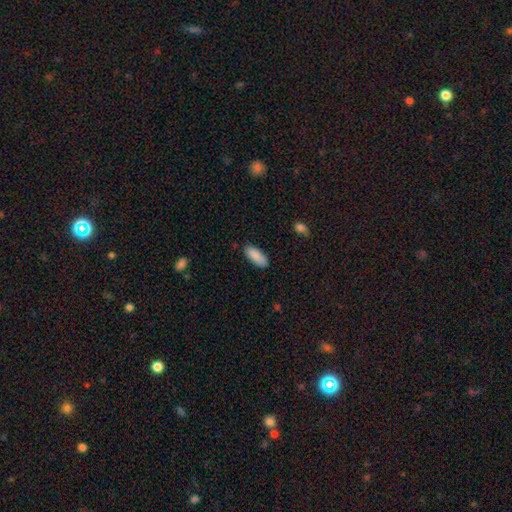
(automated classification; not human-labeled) Morphology: type=smooth (89%); roundness=in between (78%); merging=none (83%).